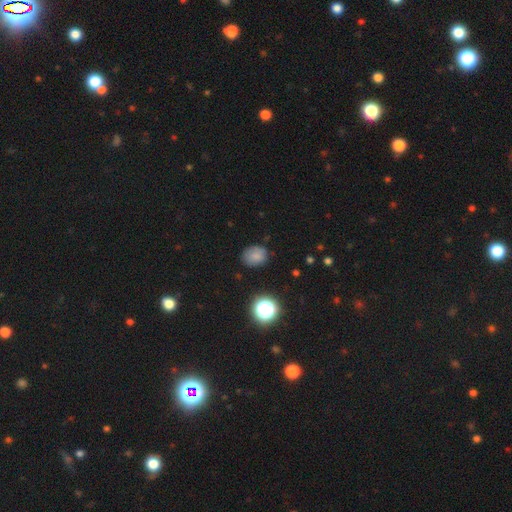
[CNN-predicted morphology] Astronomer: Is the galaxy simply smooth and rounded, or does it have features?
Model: smooth — 76%.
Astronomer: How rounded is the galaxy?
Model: in between — 50% (runner-up: round, 49%).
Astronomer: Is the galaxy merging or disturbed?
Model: none — 76%.